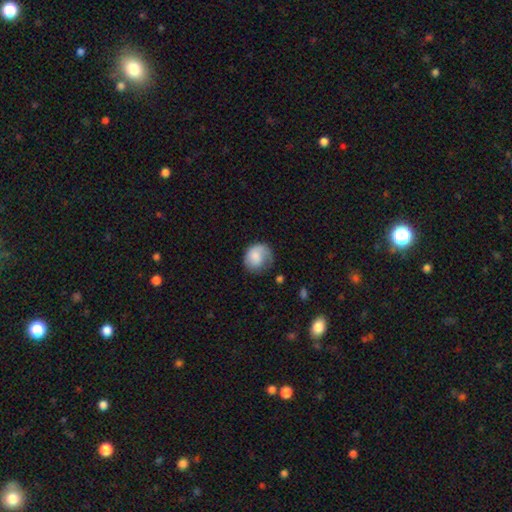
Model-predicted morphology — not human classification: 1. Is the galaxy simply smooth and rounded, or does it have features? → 71% smooth, 22% featured or disk, 7% star or artifact.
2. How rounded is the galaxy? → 73% round, 26% in between, 1% cigar-shaped.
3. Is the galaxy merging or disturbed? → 46% none, 31% minor disturbance, 21% major disturbance, 2% merger.